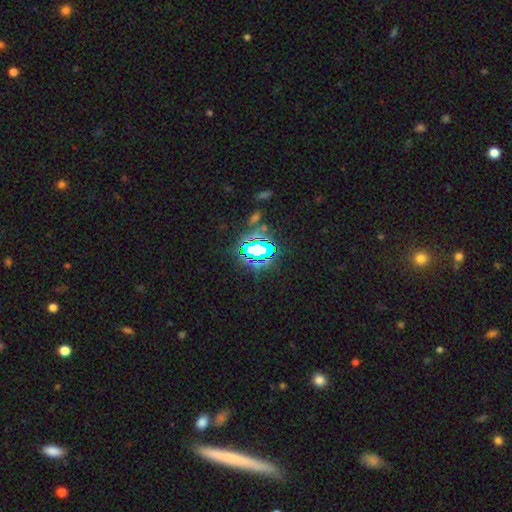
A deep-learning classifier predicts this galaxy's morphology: type=star or artifact (69%).